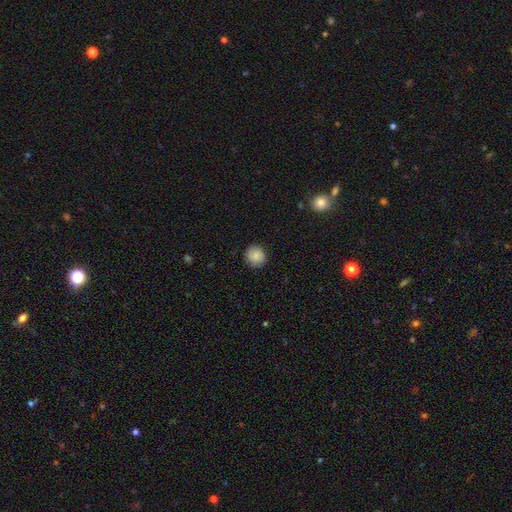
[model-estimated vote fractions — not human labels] This appears to be a smooth galaxy with no disk features (86%) that is round (91%). Merging: none (88%).